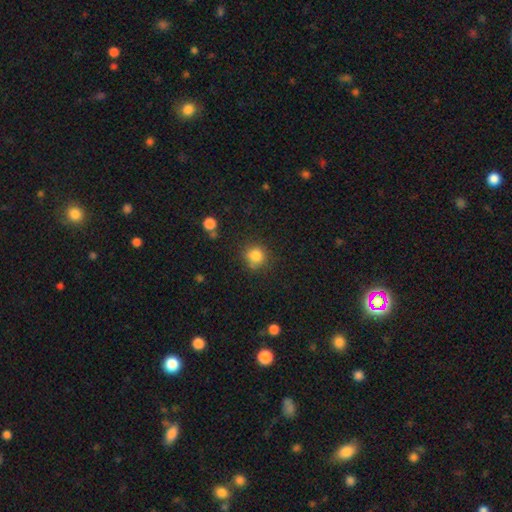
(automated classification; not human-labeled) Smooth or featured: smooth — 83% (star or artifact — 12%)
How rounded: round — 90% (in between — 9%)
Merging: none — 77% (minor disturbance — 15%)